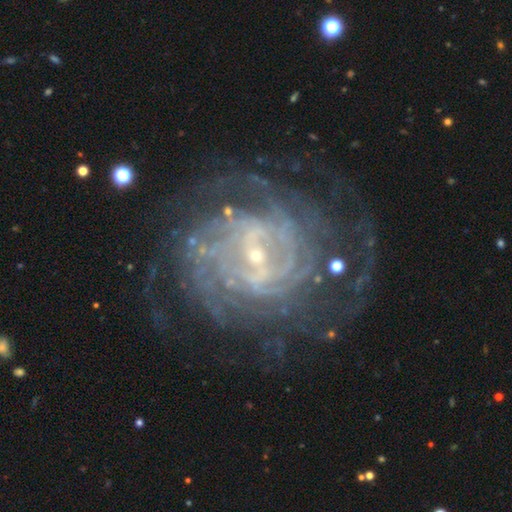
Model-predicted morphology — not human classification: The model was most divided on "spiral arm count": can't tell: 34%, 4: 18%, more than 4: 16%, 2: 13%, 3: 11%, 1: 7%. Remaining: edge-on disk — no (97%); spiral arms — yes (95%); smooth or featured — featured or disk (89%); bulge size — small (83%); merging — none (69%); spiral winding — tight (65%); bar — weak (48%).